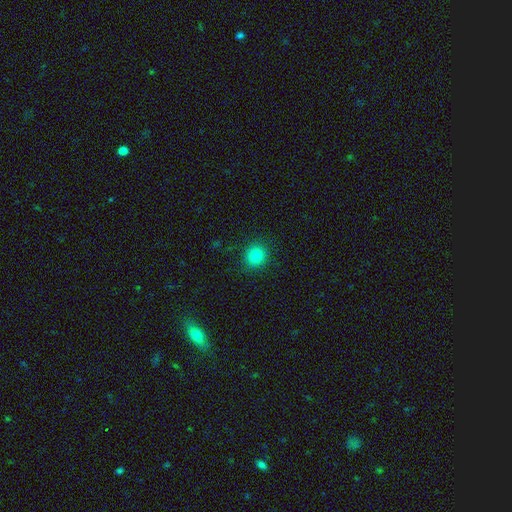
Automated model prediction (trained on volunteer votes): Q: Smooth or featured?
A: smooth (83%); runner-up: star or artifact (12%)
Q: How rounded?
A: round (87%); runner-up: in between (12%)
Q: Merging?
A: none (90%); runner-up: minor disturbance (6%)